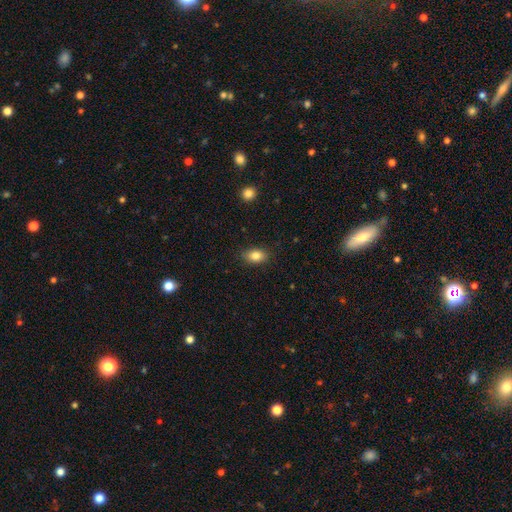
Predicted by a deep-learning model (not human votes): This is clearly a smooth galaxy (85%). How rounded: clearly in between (83%). Merging: clearly none (85%).